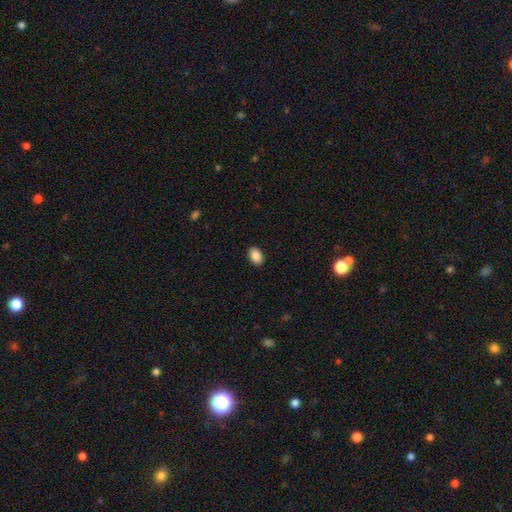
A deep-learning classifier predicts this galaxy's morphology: Smooth or featured: smooth — 88% (star or artifact — 7%)
How rounded: in between — 85% (round — 14%)
Merging: none — 90% (minor disturbance — 7%)